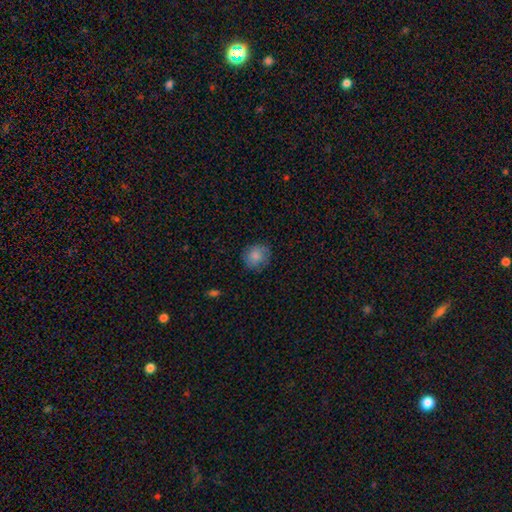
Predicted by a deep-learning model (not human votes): This is clearly a smooth galaxy (82%). How rounded: likely round (76%). Merging: likely none (79%).